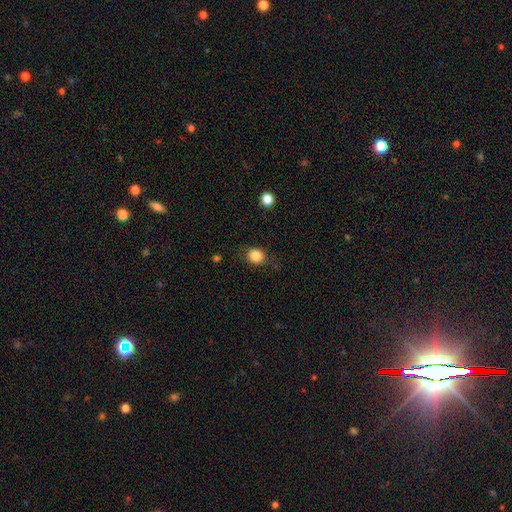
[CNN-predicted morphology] Smooth or featured? smooth (85%)
How rounded? round (77%)
Merging? none (81%)